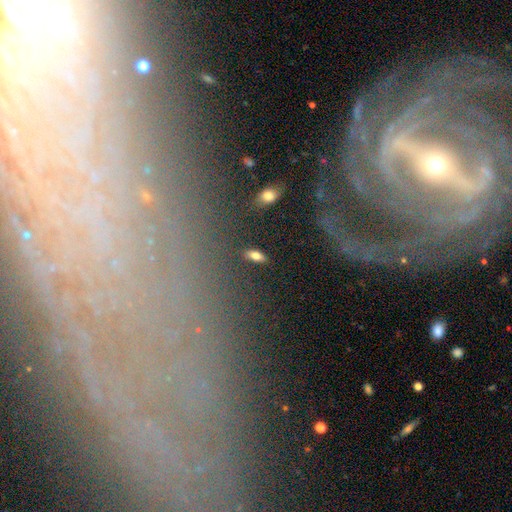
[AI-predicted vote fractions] A smooth galaxy with no disk features (74%) that is in between round and cigar-shaped (79%). Merging: none (87%).